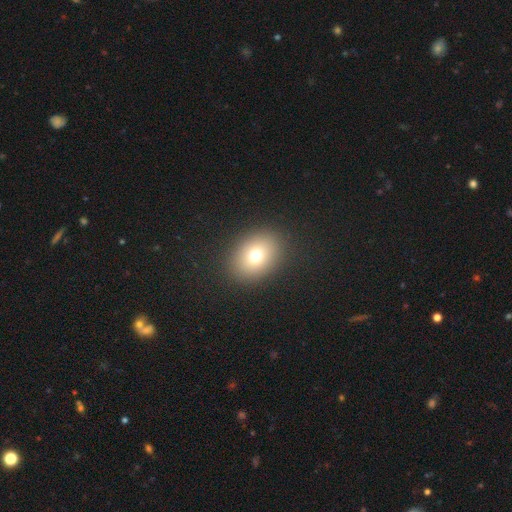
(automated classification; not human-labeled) smooth_or_featured: smooth (p=0.73) [alt: star or artifact p=0.14]
how_rounded: in between (p=0.56) [alt: round p=0.43]
merging: none (p=0.89) [alt: minor disturbance p=0.07]